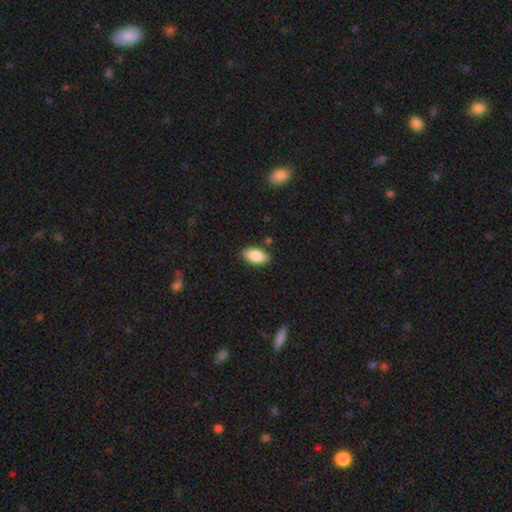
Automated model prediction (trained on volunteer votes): Overall: smooth (83%). How rounded: in between (90%). Merging: none (85%).